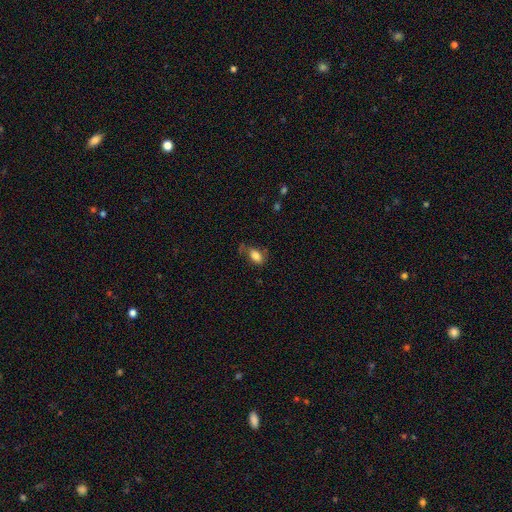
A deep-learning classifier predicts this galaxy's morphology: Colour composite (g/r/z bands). It shows a smooth galaxy with no disk features (80%) that is in between round and cigar-shaped (89%). Merging: none (55%).